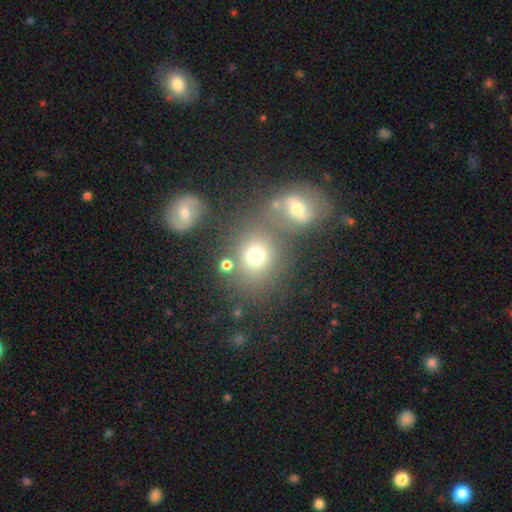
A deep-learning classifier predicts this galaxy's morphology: Overall: smooth (72%). How rounded: round (72%). Merging: none (54%; merger 29%).